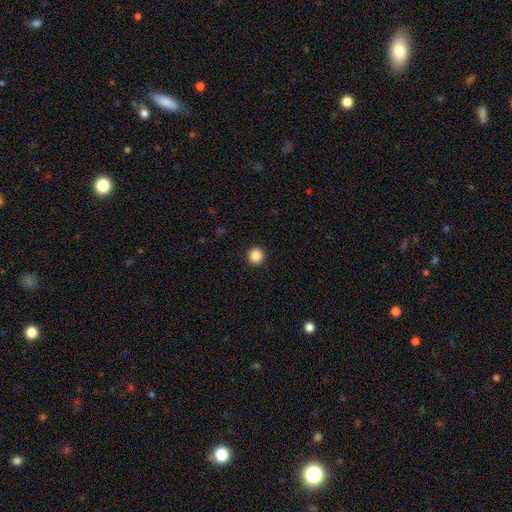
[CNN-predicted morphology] Smooth or featured? smooth (86%)
How rounded? round (95%)
Merging? none (94%)